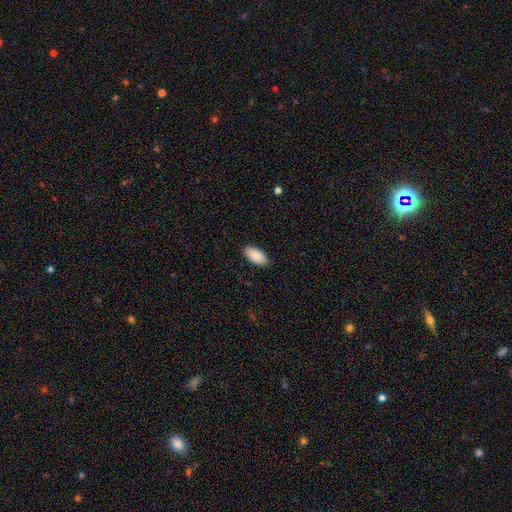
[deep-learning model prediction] This appears to be a smooth galaxy with no disk features (90%) that is in between round and cigar-shaped (92%). Merging: none (89%).